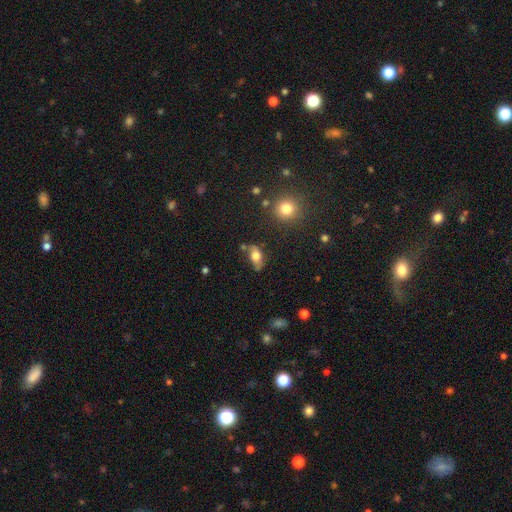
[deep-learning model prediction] A smooth galaxy with no disk features (63%) that is in between round and cigar-shaped (80%).

Vote fractions:
- Smooth or featured? smooth: 63% / featured or disk: 26% / star or artifact: 10%
- How rounded? in between: 80% / round: 12% / cigar-shaped: 9%
- Merging? none: 53% / minor disturbance: 27% / major disturbance: 11% / merger: 9%